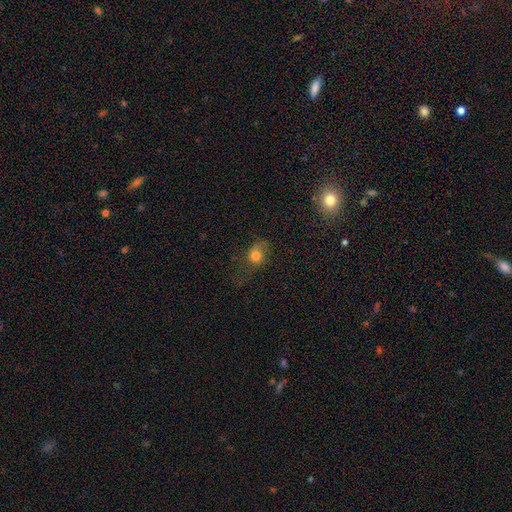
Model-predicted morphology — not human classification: The model was most divided on "how rounded": round: 55%, in between: 43%, cigar-shaped: 2%. Remaining: smooth or featured — smooth (70%); merging — none (45%).